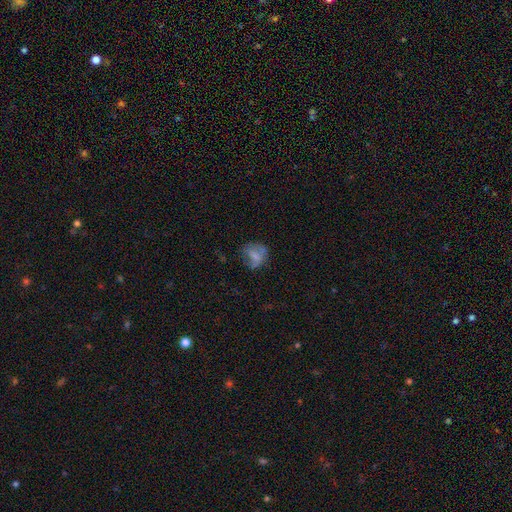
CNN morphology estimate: Q: Smooth or featured?
A: smooth (56%); runner-up: featured or disk (33%)
Q: How rounded?
A: round (60%); runner-up: in between (39%)
Q: Merging?
A: none (45%); runner-up: minor disturbance (26%)